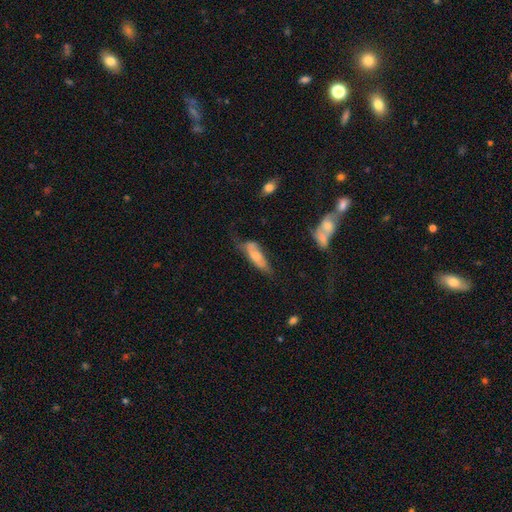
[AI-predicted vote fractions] Smooth or featured?
  - smooth: 60% *
  - featured or disk: 33%
  - star or artifact: 6%
How rounded?
  - in between: 57% *
  - cigar-shaped: 41%
  - round: 2%
Merging?
  - none: 39% *
  - minor disturbance: 34%
  - major disturbance: 21%
  - merger: 6%